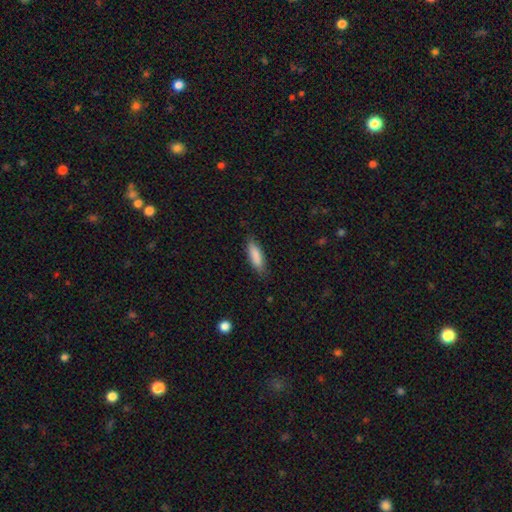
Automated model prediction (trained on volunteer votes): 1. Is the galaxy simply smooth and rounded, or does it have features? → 86% smooth, 7% featured or disk, 6% star or artifact.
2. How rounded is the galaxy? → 52% in between, 47% cigar-shaped, 2% round.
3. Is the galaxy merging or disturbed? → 80% none, 16% minor disturbance, 3% major disturbance, 1% merger.